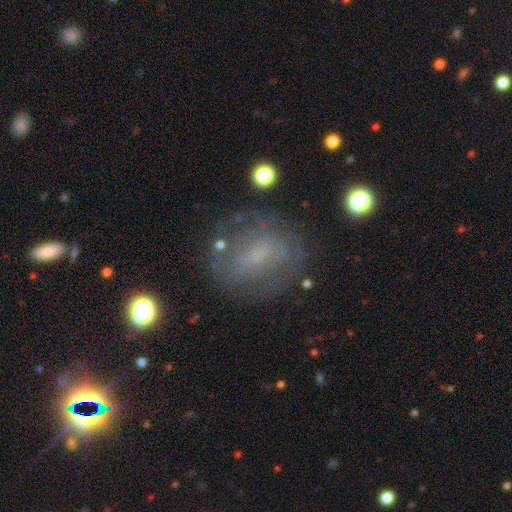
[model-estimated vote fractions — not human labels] Smooth or featured? Predicted: featured or disk (p=0.53). Edge-on disk? Predicted: no (p=0.95). Merging? Predicted: none (p=0.70).